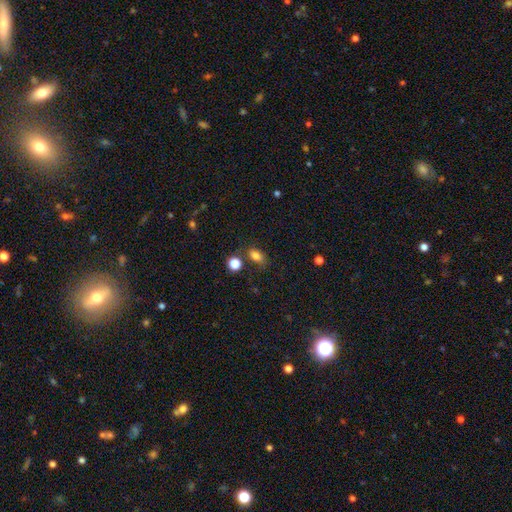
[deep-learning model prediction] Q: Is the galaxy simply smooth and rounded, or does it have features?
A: smooth — 81%.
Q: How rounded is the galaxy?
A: in between — 78%.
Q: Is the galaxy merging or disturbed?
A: none — 68%.